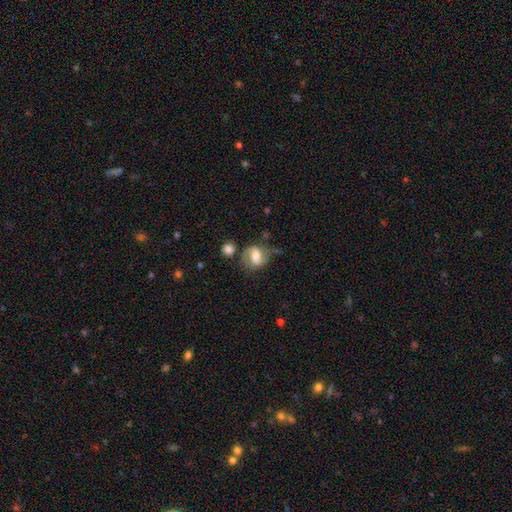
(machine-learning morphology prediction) featured or disk 53%, smooth 40%, star or artifact 8%. Down the decision tree: edge-on disk — no (96%); bar — weak (42%); spiral arms — yes (74%); bulge size — moderate (64%); merging — none (59%).